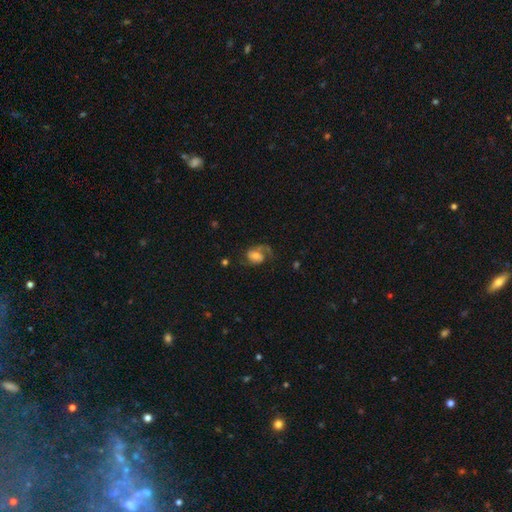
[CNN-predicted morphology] type=featured or disk (61%); edge-on=no (97%); bar=no (50%); spiral arms=yes (88%); winding=medium (43%); arm count=2 (47%); bulge=moderate (37%); merging=none (46%).